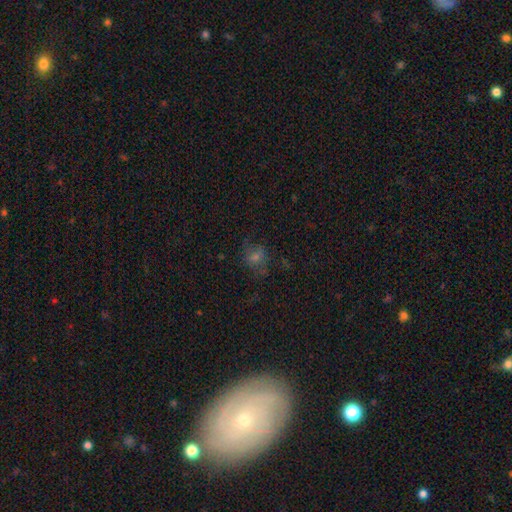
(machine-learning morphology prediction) Smooth or featured? Predicted: smooth (p=0.38). Merging? Predicted: none (p=0.65).